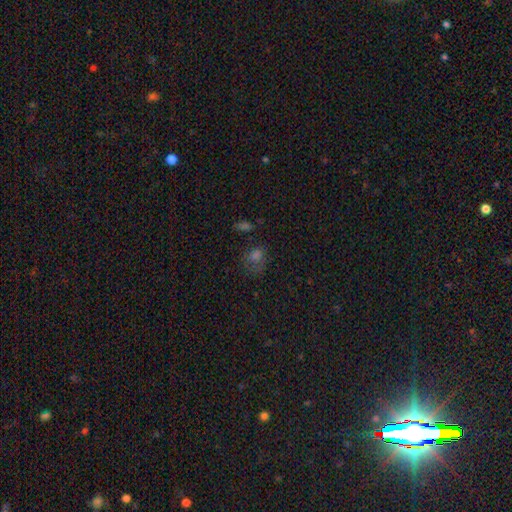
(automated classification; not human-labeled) smooth_or_featured: smooth (p=0.57) [alt: star or artifact p=0.31]
how_rounded: round (p=0.51) [alt: in between p=0.47]
merging: none (p=0.49) [alt: minor disturbance p=0.24]